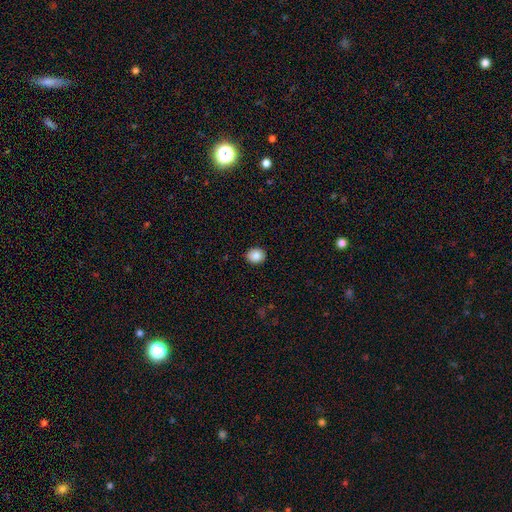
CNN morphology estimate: smooth_or_featured: smooth (p=0.87) [alt: star or artifact p=0.09]
how_rounded: round (p=0.74) [alt: in between p=0.25]
merging: none (p=0.91) [alt: minor disturbance p=0.06]